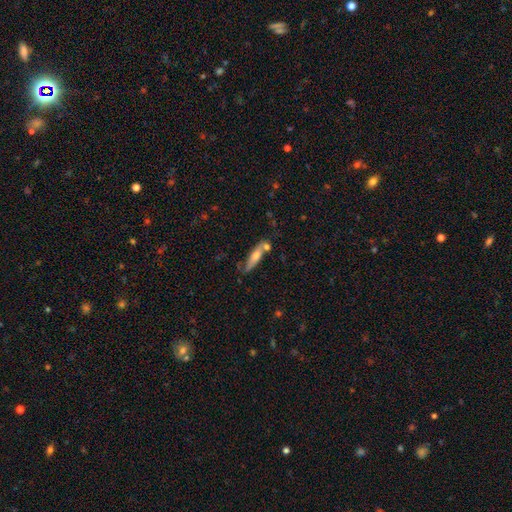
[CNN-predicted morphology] Smooth or featured? smooth (54%)
How rounded? cigar-shaped (75%)
Merging? none (58%)